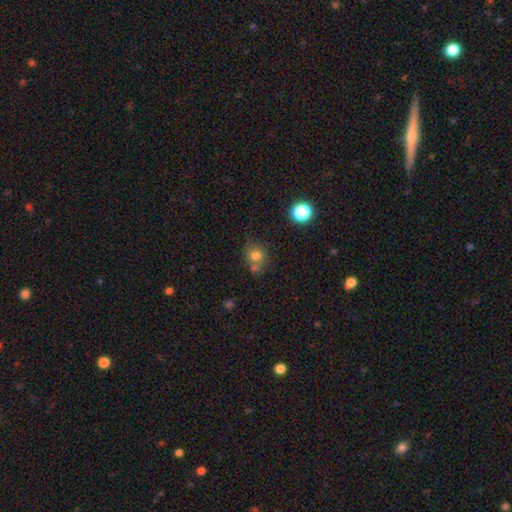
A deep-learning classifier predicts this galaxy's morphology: Smooth or featured?
  - smooth: 75% *
  - star or artifact: 14%
  - featured or disk: 11%
How rounded?
  - round: 78% *
  - in between: 21%
  - cigar-shaped: 1%
Merging?
  - none: 54% *
  - merger: 28%
  - minor disturbance: 14%
  - major disturbance: 5%